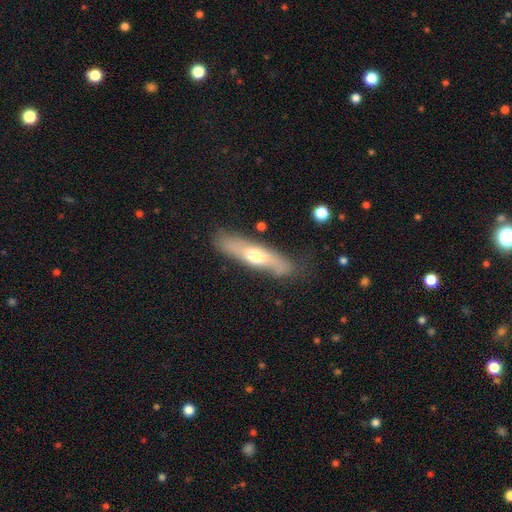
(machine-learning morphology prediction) Smooth or featured? smooth (49%)
Merging? none (77%)